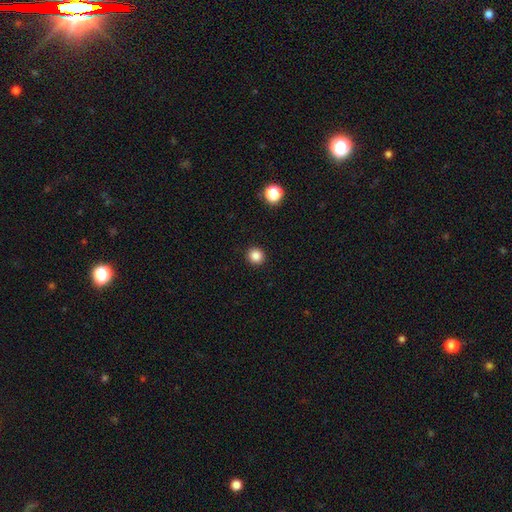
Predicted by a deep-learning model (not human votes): Smooth or featured: smooth — 85% (star or artifact — 11%)
How rounded: round — 94% (in between — 5%)
Merging: none — 93% (minor disturbance — 4%)